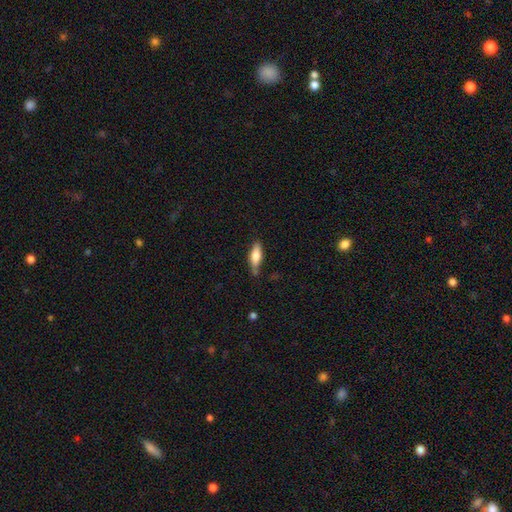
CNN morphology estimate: The model was most divided on "how rounded": in between: 59%, cigar-shaped: 39%, round: 2%. More confident: merging — none (70%); smooth or featured — smooth (69%).